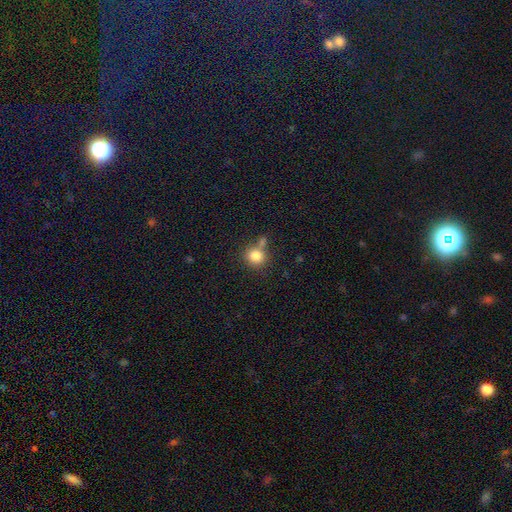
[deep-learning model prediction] A smooth galaxy with no disk features (82%) that is round (83%). Merging: none (60%).